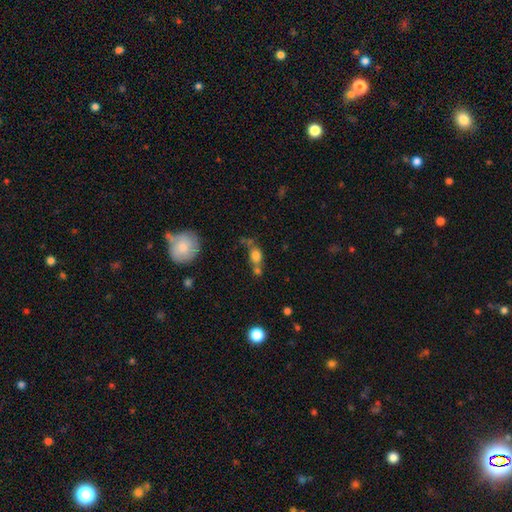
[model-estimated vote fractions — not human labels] Smooth or featured: smooth — 74% (star or artifact — 13%)
How rounded: in between — 57% (round — 38%)
Merging: merger — 41% (none — 35%)